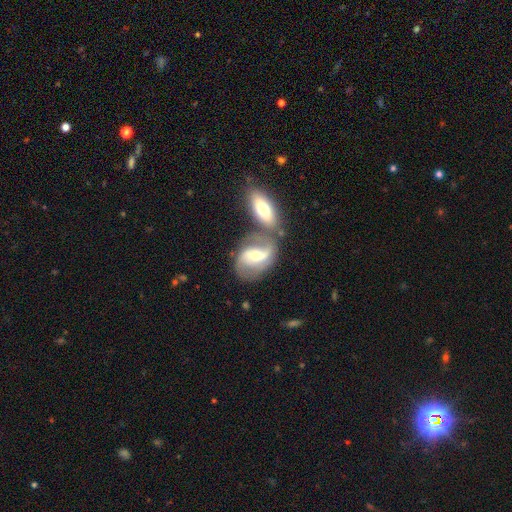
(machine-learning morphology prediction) Overall: featured or disk (74%). Edge-on disk: no (95%). Bar: weak (45%; strong 30%). Spiral arms: yes (91%). Spiral arm count: 2 (88%). Spiral winding: loose (48%; medium 41%). Bulge size: moderate (53%; small 33%). Merging: none (43%; merger 34%).